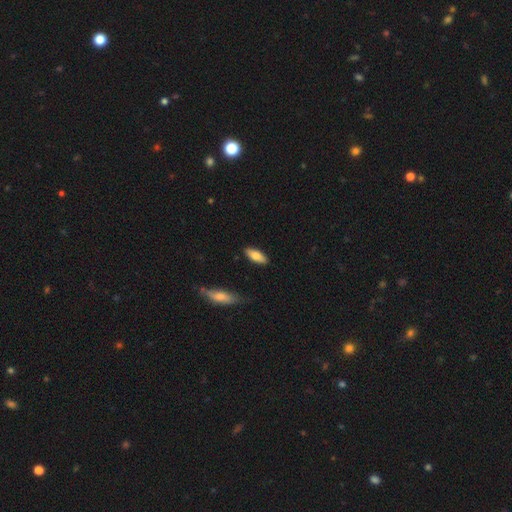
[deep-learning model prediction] Morphology: type=smooth (77%); roundness=in between (76%); merging=none (87%).